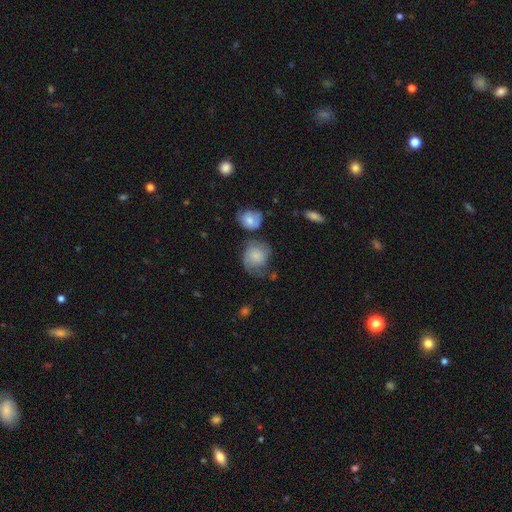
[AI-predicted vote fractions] Smooth or featured? Predicted: smooth (p=0.66). How rounded? Predicted: round (p=0.74). Merging? Predicted: none (p=0.42).